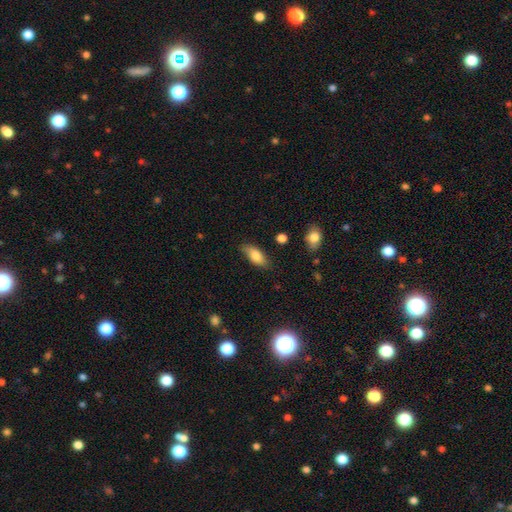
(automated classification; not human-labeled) A smooth galaxy with no disk features (80%) that is in between round and cigar-shaped (84%).

Vote fractions:
- Smooth or featured? smooth: 80% / featured or disk: 13% / star or artifact: 7%
- How rounded? in between: 84% / cigar-shaped: 13% / round: 3%
- Merging? none: 78% / minor disturbance: 17% / major disturbance: 3% / merger: 2%